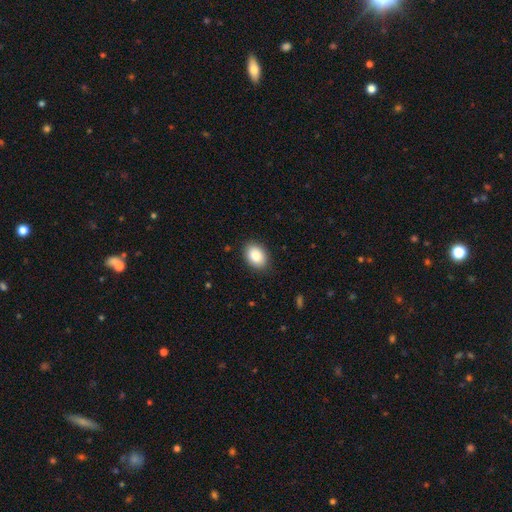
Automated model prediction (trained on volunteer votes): Smooth or featured?
  - smooth: 88% *
  - star or artifact: 7%
  - featured or disk: 5%
How rounded?
  - in between: 79% *
  - round: 20%
  - cigar-shaped: 1%
Merging?
  - none: 87% *
  - minor disturbance: 9%
  - major disturbance: 2%
  - merger: 1%